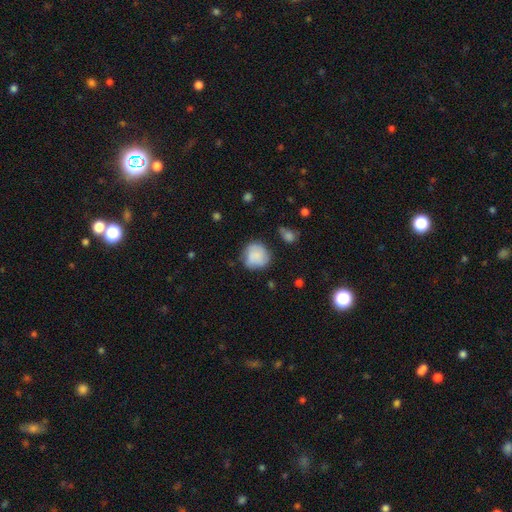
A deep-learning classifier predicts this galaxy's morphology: This is likely a smooth galaxy (77%). How rounded: clearly round (85%). Merging: likely none (66%).